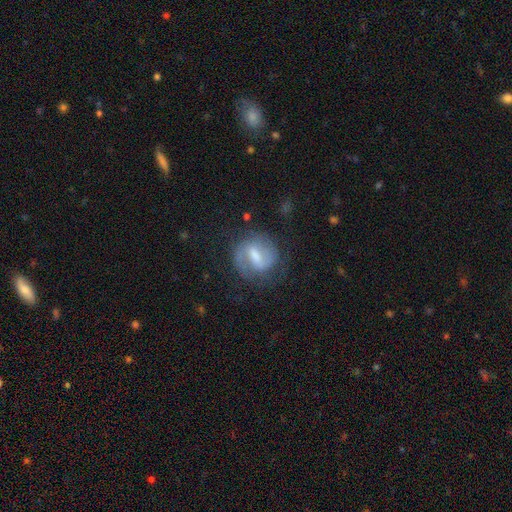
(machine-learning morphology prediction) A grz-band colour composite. It shows a featured or disk galaxy (78%) with a weak bar (49%), 2 (85%) medium (50%) spiral arms (91%) and a moderate central bulge (45%). Merging: none (75%).